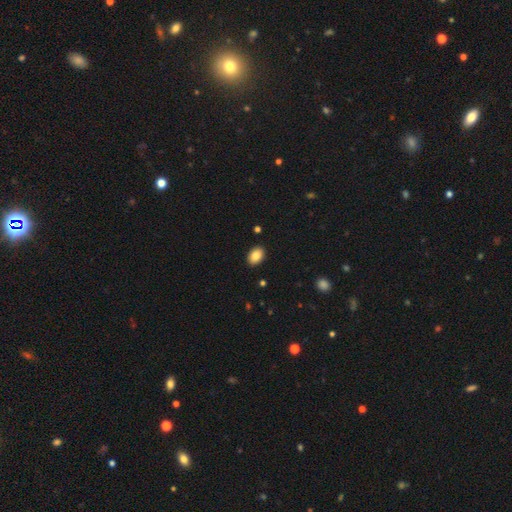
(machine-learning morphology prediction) type=smooth (86%); roundness=in between (82%); merging=none (90%).